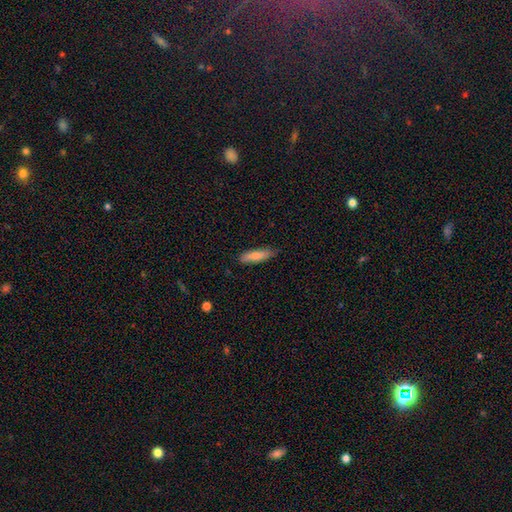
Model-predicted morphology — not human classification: Smooth or featured? smooth (78%)
How rounded? cigar-shaped (67%)
Merging? none (81%)